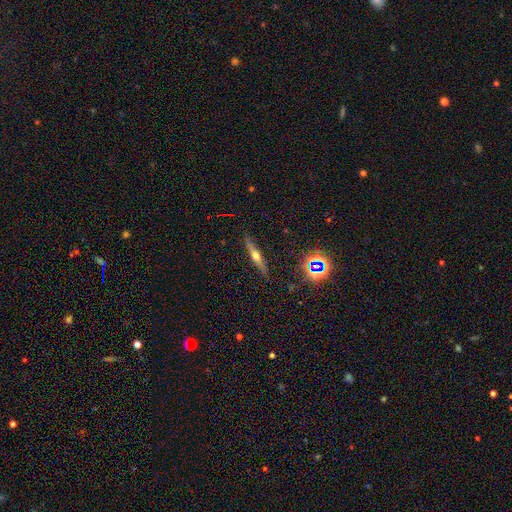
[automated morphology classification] Smooth or featured? featured or disk (60%)
Edge-on disk? yes (94%)
Edge-on bulge? rounded (90%)
Merging? none (87%)